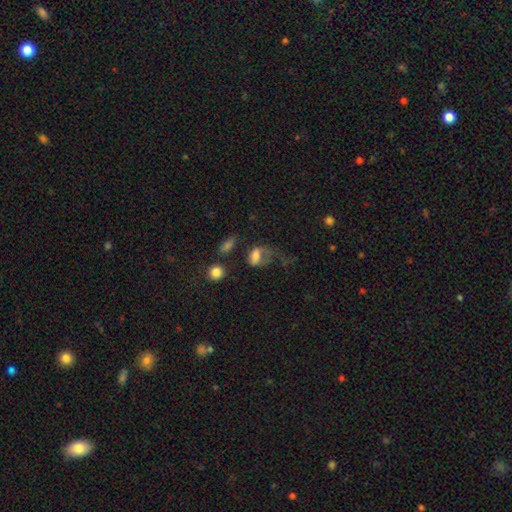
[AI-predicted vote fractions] smooth_or_featured: smooth (p=0.61) [alt: featured or disk p=0.26]
how_rounded: in between (p=0.76) [alt: round p=0.21]
merging: major disturbance (p=0.56) [alt: none p=0.20]